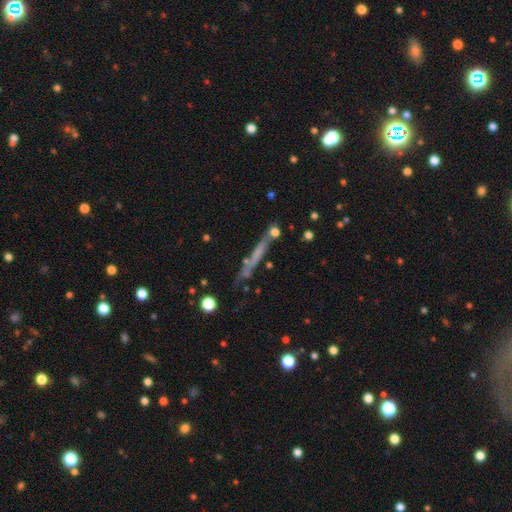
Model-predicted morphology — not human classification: A featured or disk galaxy (47%). Merging: none (73%).